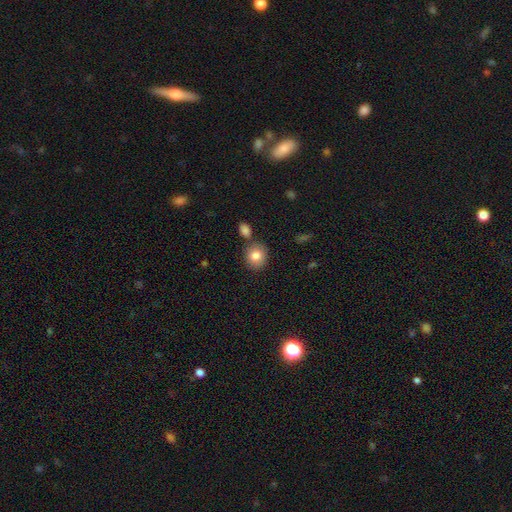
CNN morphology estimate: This is clearly a smooth galaxy (83%). How rounded: likely round (77%). Merging: likely none (75%).